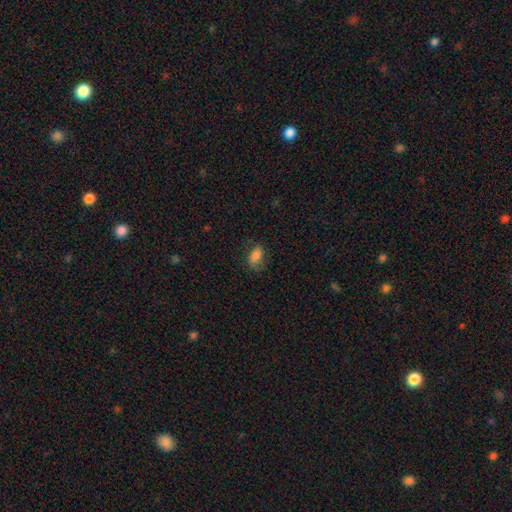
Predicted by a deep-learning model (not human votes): Overall: smooth (79%). How rounded: in between (88%). Merging: none (68%).